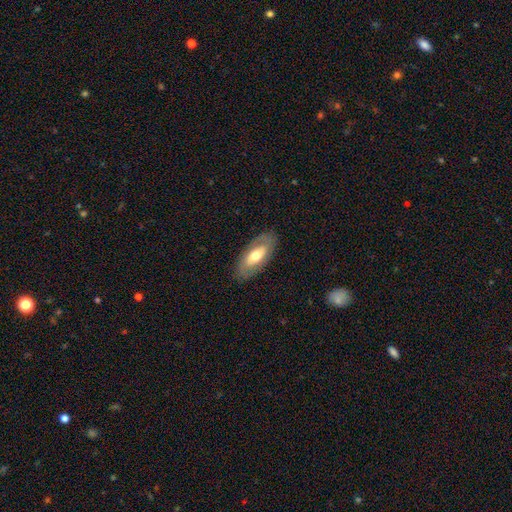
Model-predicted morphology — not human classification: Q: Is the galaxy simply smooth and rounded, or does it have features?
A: smooth — 51%.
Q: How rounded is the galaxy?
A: in between — 85%.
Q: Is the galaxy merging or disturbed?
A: none — 84%.